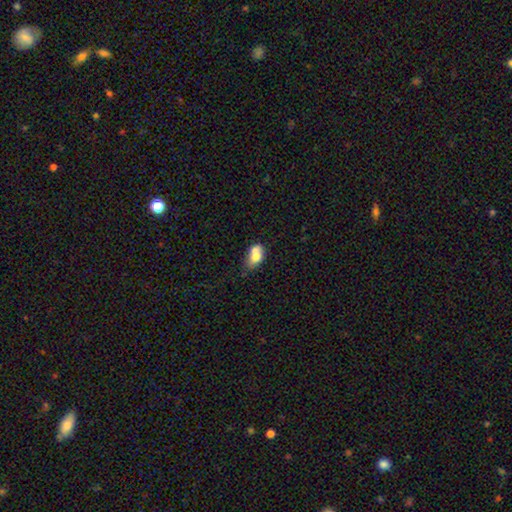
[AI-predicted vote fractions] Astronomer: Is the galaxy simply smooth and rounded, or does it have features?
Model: smooth — 70%.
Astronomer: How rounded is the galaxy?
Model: in between — 80%.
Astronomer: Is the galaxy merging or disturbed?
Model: merger — 45% (runner-up: none, 29%).